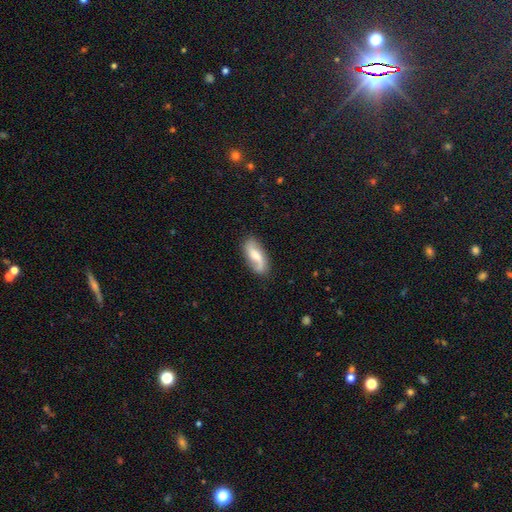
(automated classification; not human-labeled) Q: Smooth or featured?
A: featured or disk (63%); runner-up: smooth (31%)
Q: Edge-on disk?
A: no (94%); runner-up: yes (6%)
Q: Bar?
A: weak (45%); runner-up: no (39%)
Q: Spiral arms?
A: yes (92%); runner-up: no (8%)
Q: Spiral winding?
A: loose (65%); runner-up: medium (26%)
Q: Spiral arm count?
A: 2 (82%); runner-up: 1 (11%)
Q: Bulge size?
A: moderate (44%); runner-up: small (32%)
Q: Merging?
A: none (77%); runner-up: minor disturbance (16%)